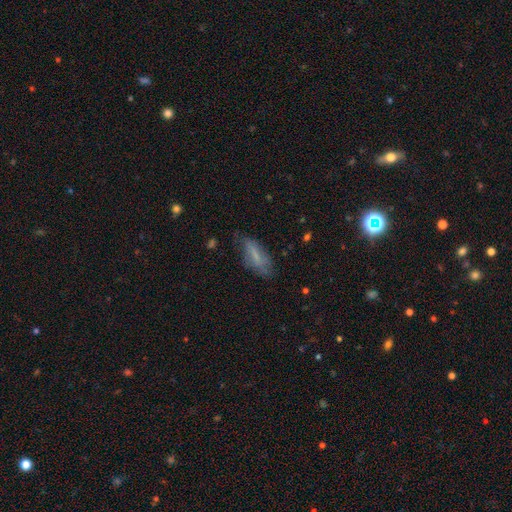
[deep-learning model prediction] Q: Smooth or featured?
A: smooth (61%); runner-up: featured or disk (31%)
Q: How rounded?
A: in between (62%); runner-up: cigar-shaped (36%)
Q: Merging?
A: none (60%); runner-up: minor disturbance (27%)